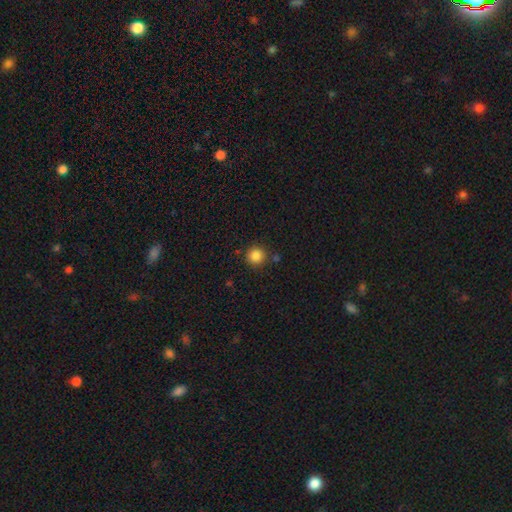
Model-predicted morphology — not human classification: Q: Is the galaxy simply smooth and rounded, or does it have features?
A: smooth — 86%.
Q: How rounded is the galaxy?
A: round — 94%.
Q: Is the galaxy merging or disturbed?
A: none — 85%.